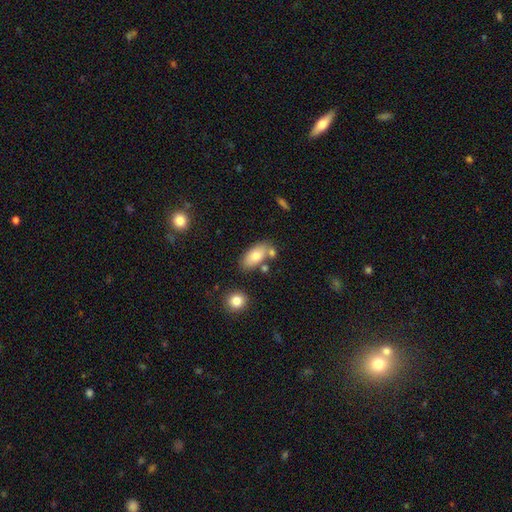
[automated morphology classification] This appears to be a smooth galaxy with no disk features (75%) that is in between round and cigar-shaped (90%). Merging: none (65%).